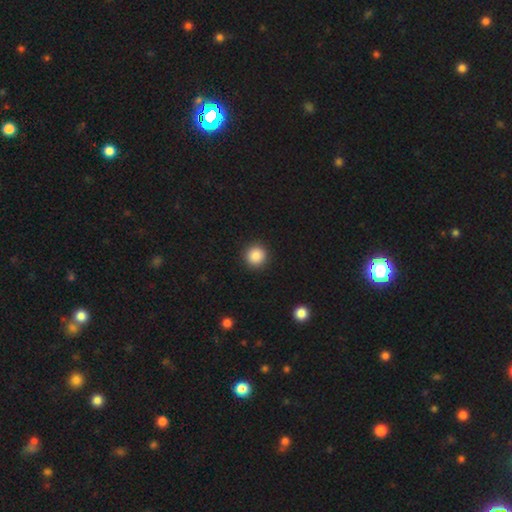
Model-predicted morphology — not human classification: Smooth or featured? smooth (88%)
How rounded? round (95%)
Merging? none (93%)